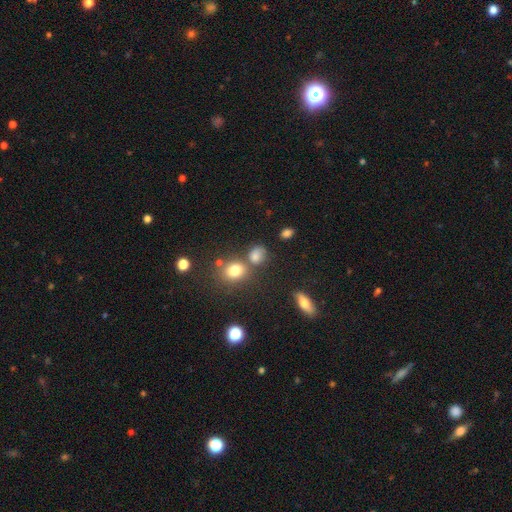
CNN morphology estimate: Q: Smooth or featured?
A: smooth (74%); runner-up: star or artifact (17%)
Q: How rounded?
A: round (57%); runner-up: in between (41%)
Q: Merging?
A: none (57%); runner-up: merger (20%)